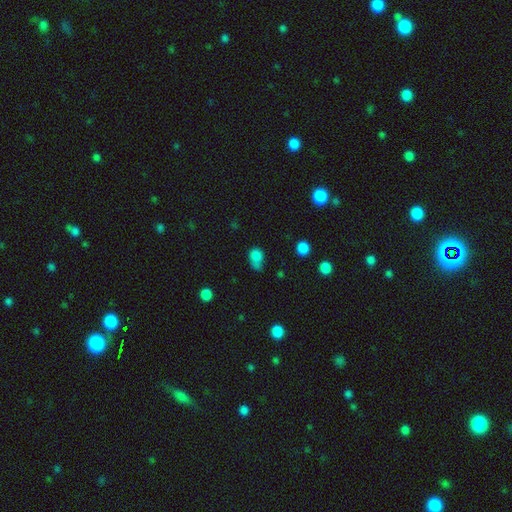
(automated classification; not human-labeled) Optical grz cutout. It shows a smooth galaxy with no disk features (79%) that is in between round and cigar-shaped (56%). Merging: minor disturbance (35%).